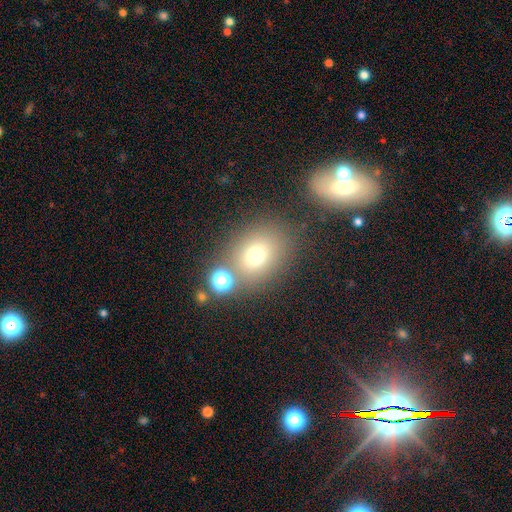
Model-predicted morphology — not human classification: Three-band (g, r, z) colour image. It shows a smooth galaxy with no disk features (71%) that is round (51%). Merging: none (68%).